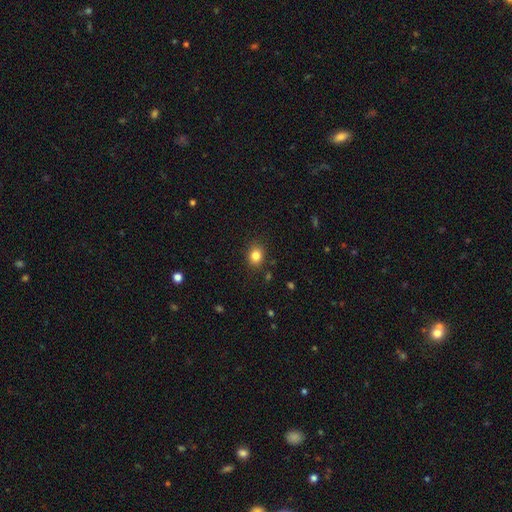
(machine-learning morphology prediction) Q: Smooth or featured?
A: smooth (83%); runner-up: star or artifact (12%)
Q: How rounded?
A: round (59%); runner-up: in between (40%)
Q: Merging?
A: none (87%); runner-up: minor disturbance (9%)